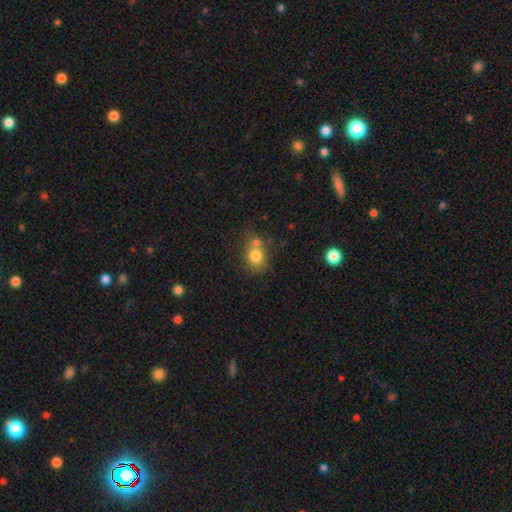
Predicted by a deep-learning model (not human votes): This appears to be a smooth galaxy with no disk features (78%) that is round (68%). Merging: none (45%).